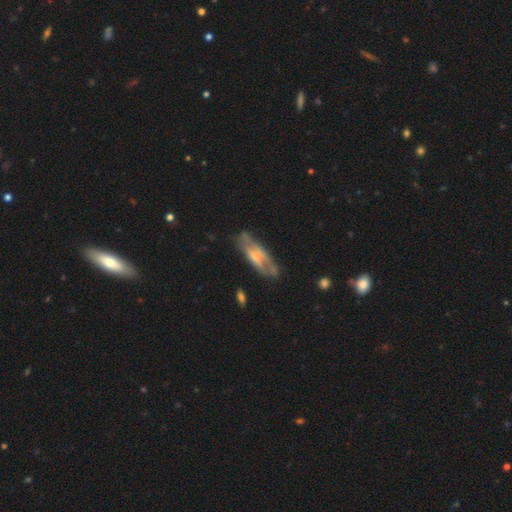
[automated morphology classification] The model was most divided on "smooth or featured": featured or disk: 60%, smooth: 32%, star or artifact: 7%. More confident: edge-on disk — no (74%); merging — none (60%).